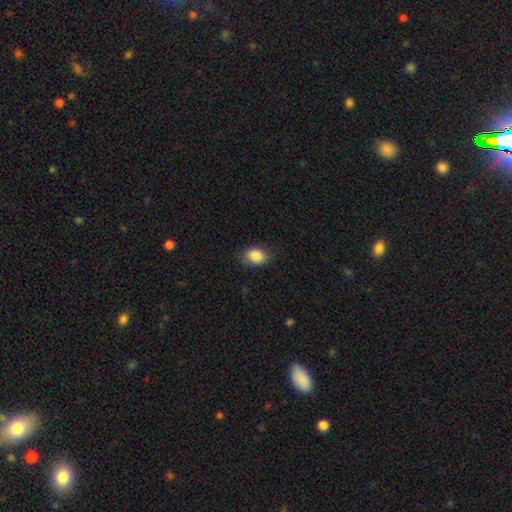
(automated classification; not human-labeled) Overall: smooth (88%). How rounded: in between (73%). Merging: none (79%).